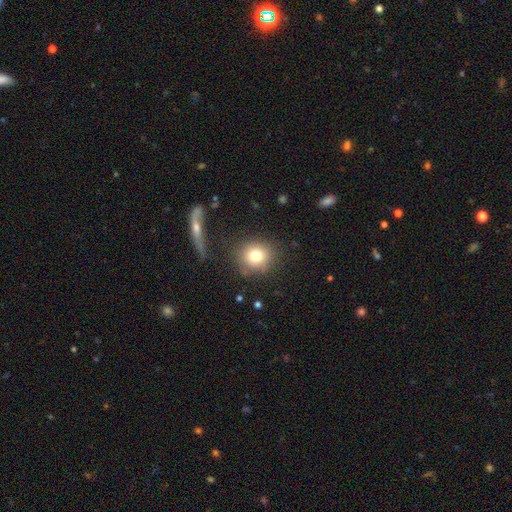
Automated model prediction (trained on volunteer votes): Morphology: type=smooth (77%); roundness=round (86%); merging=none (82%).